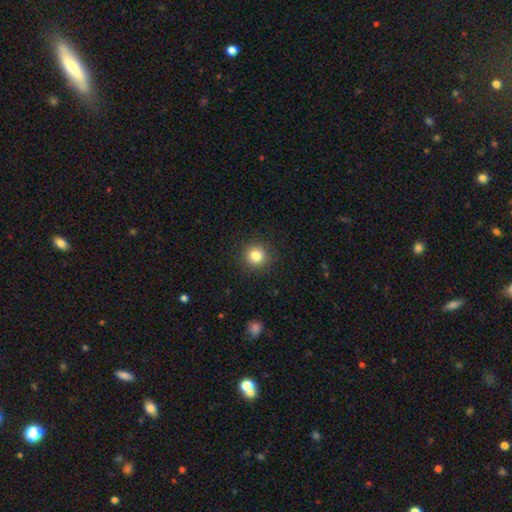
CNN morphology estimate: A smooth galaxy with no disk features (83%) that is round (94%). Merging: none (91%).